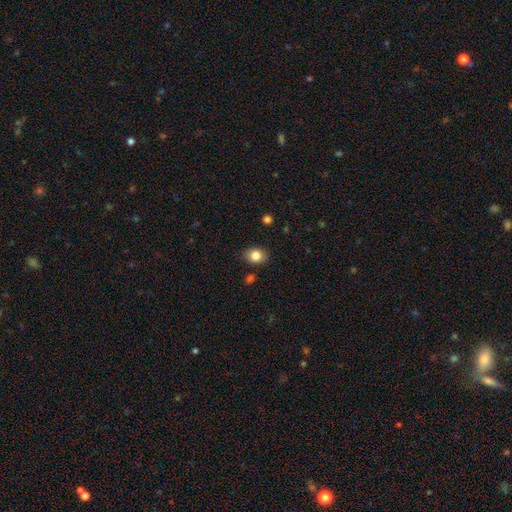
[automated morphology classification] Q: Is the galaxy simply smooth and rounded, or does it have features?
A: smooth — 84%.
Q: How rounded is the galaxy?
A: in between — 59%.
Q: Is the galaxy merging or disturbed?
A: none — 85%.